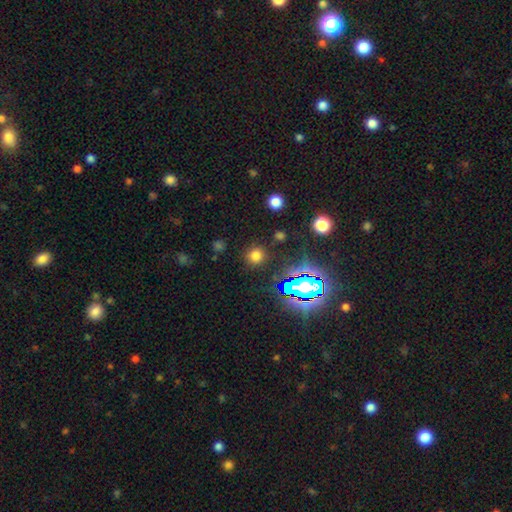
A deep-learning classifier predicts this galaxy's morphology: Overall: smooth (69%). How rounded: round (89%). Merging: none (86%).